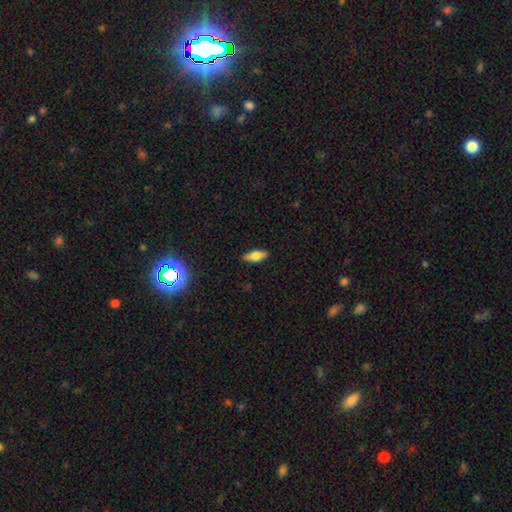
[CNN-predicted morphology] A smooth galaxy with no disk features (68%) that is in between round and cigar-shaped (74%). Merging: none (87%).